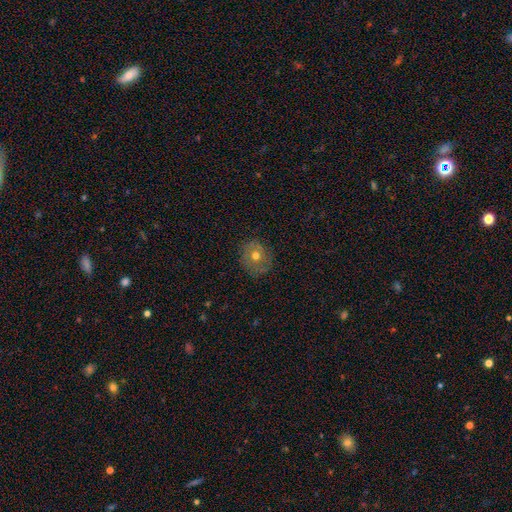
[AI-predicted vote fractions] Smooth or featured? Predicted: smooth (p=0.54). How rounded? Predicted: round (p=0.82). Merging? Predicted: none (p=0.80).